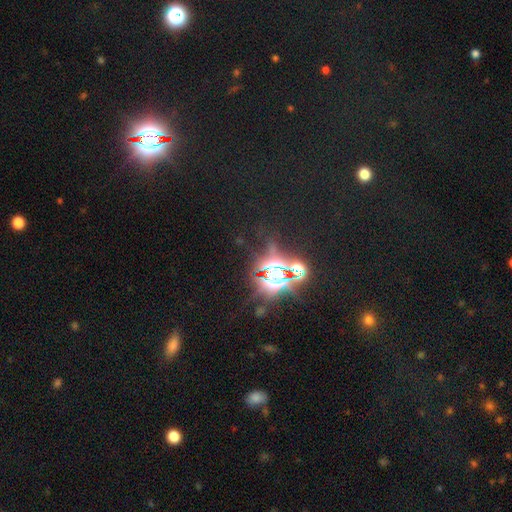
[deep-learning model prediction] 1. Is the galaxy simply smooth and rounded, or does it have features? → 72% star or artifact, 20% smooth, 8% featured or disk.